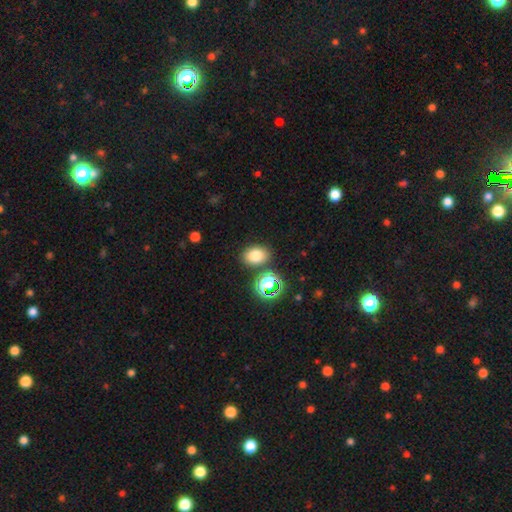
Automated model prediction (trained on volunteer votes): The model was most divided on "how rounded": in between: 68%, round: 31%, cigar-shaped: 1%. More confident: merging — none (78%); smooth or featured — smooth (74%).